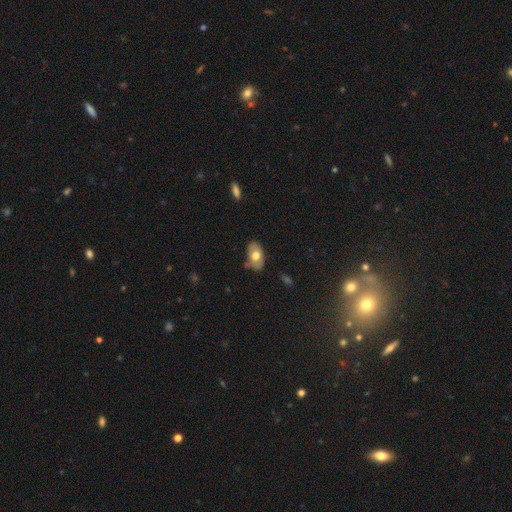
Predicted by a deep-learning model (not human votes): This appears to be a smooth galaxy with no disk features (63%) that is in between round and cigar-shaped (91%). Merging: none (71%).